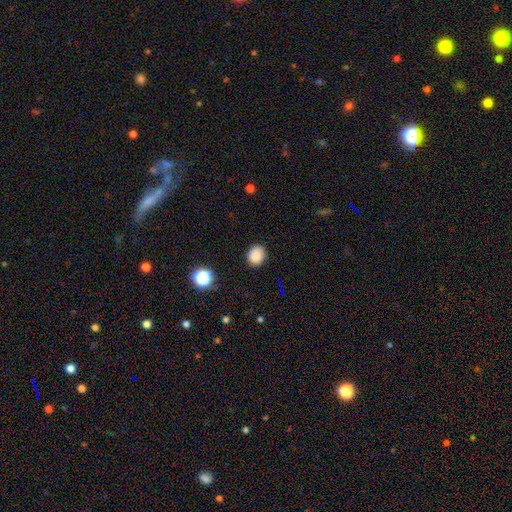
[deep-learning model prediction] Morphology: type=smooth (85%); roundness=round (70%); merging=none (85%).